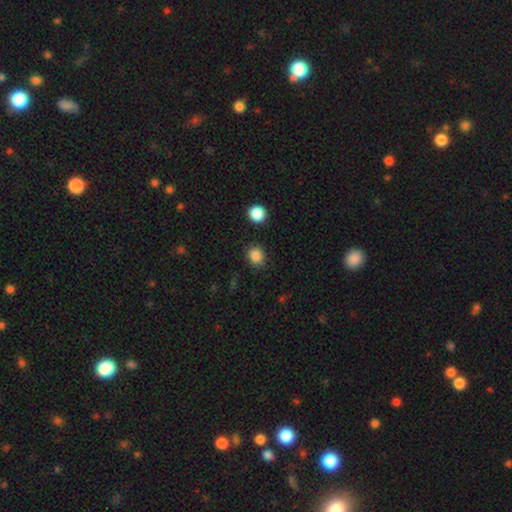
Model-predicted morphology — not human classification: Smooth or featured? smooth (86%)
How rounded? round (73%)
Merging? none (88%)